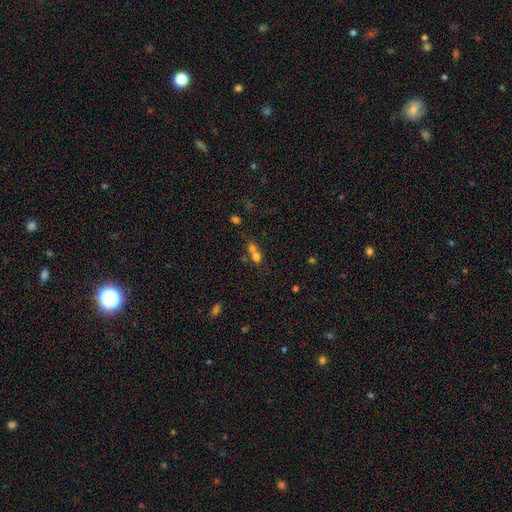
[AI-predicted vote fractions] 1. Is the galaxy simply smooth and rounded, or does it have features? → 67% smooth, 17% star or artifact, 15% featured or disk.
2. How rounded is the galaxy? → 66% round, 32% in between, 3% cigar-shaped.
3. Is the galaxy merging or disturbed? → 65% merger, 26% none, 6% minor disturbance, 4% major disturbance.